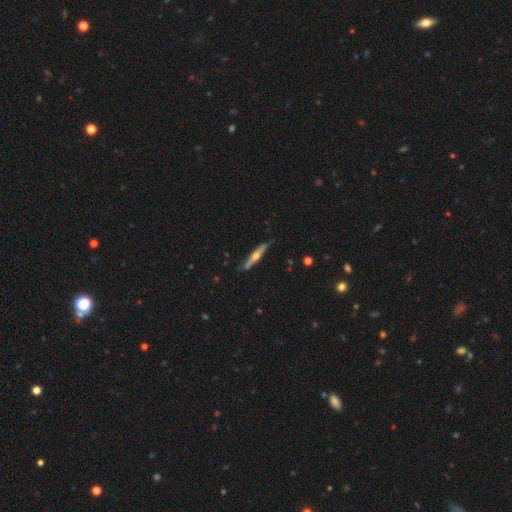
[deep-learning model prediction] Smooth or featured? Predicted: featured or disk (p=0.63). Edge-on disk? Predicted: yes (p=0.95). Edge-on bulge? Predicted: rounded (p=0.88). Merging? Predicted: none (p=0.83).